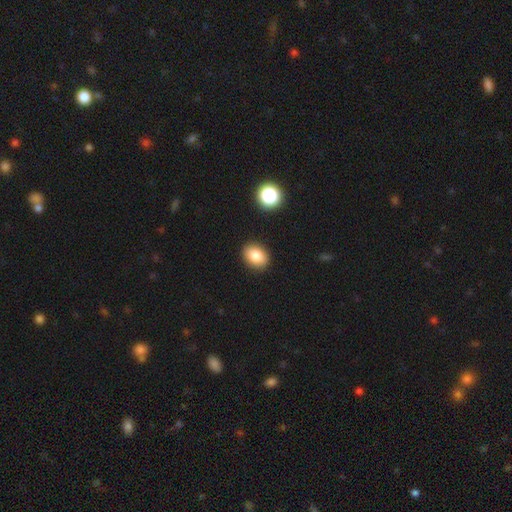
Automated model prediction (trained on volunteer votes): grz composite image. It shows a smooth galaxy with no disk features (84%) that is in between round and cigar-shaped (63%). Merging: none (89%).